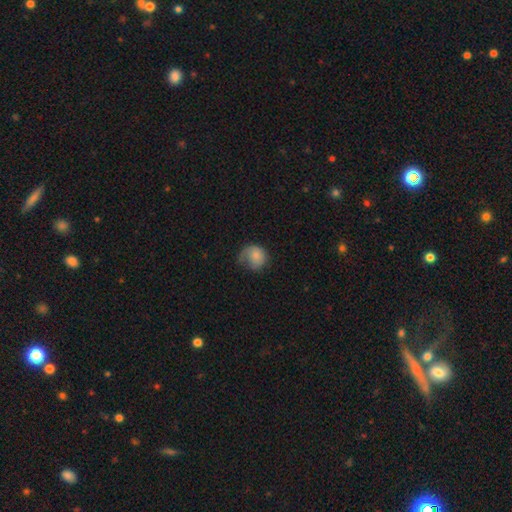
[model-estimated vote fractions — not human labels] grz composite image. It shows a smooth galaxy with no disk features (71%) that is round (73%). Merging: none (36%).